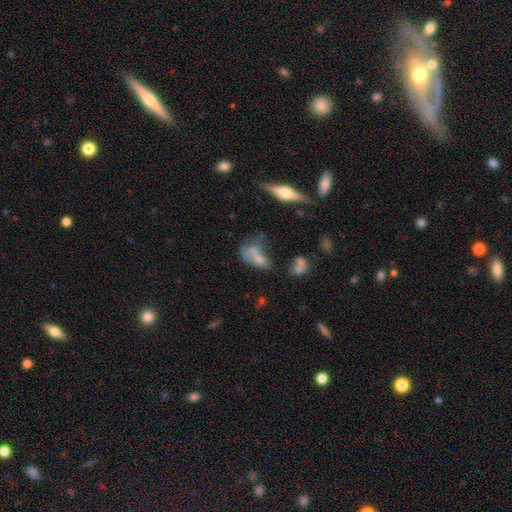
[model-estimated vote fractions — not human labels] Morphology: type=smooth (56%); roundness=in between (76%); merging=merger (41%).